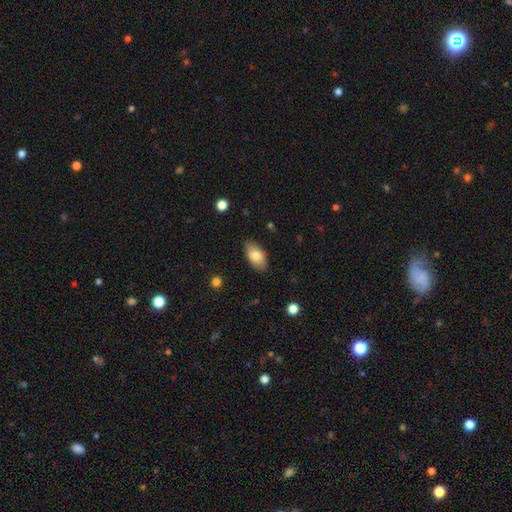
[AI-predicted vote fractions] This is likely a smooth galaxy (79%). How rounded: clearly in between (93%). Merging: clearly none (84%).